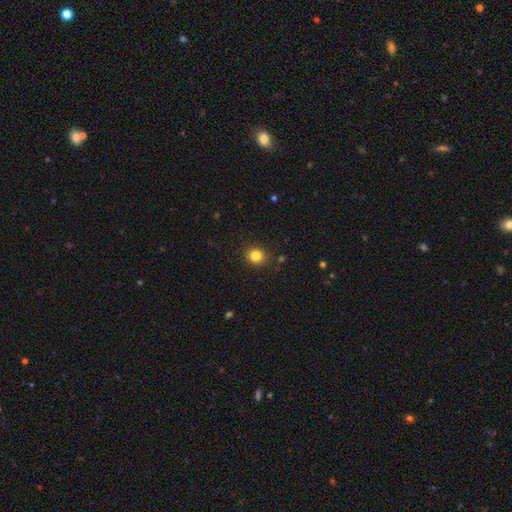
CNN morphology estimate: A smooth galaxy with no disk features (83%) that is round (80%). Merging: none (89%).